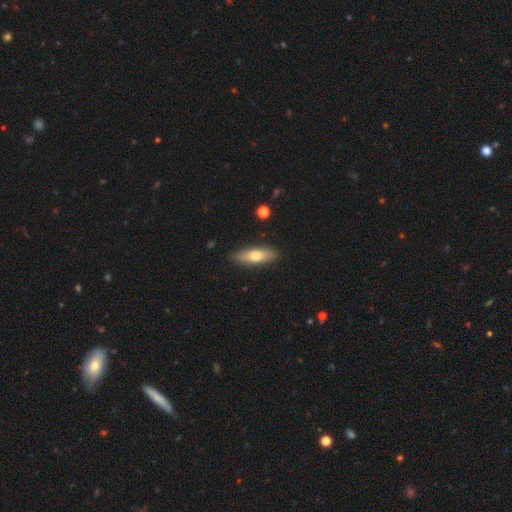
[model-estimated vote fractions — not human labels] smooth 72%, featured or disk 23%, star or artifact 6%. Down the decision tree: how rounded — in between (54%); merging — none (85%).